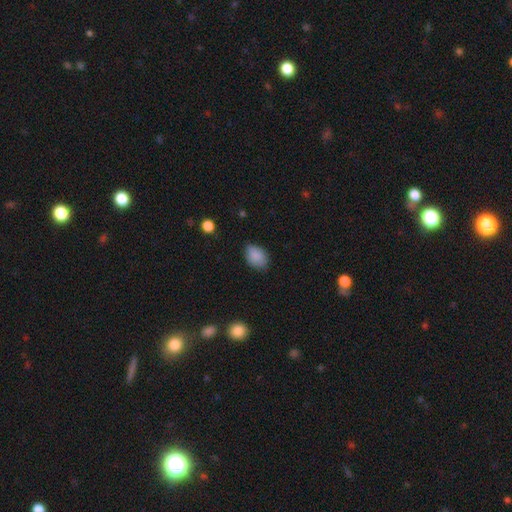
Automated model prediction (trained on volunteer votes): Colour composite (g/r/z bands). It shows a smooth galaxy with no disk features (87%) that is in between round and cigar-shaped (79%). Merging: none (73%).